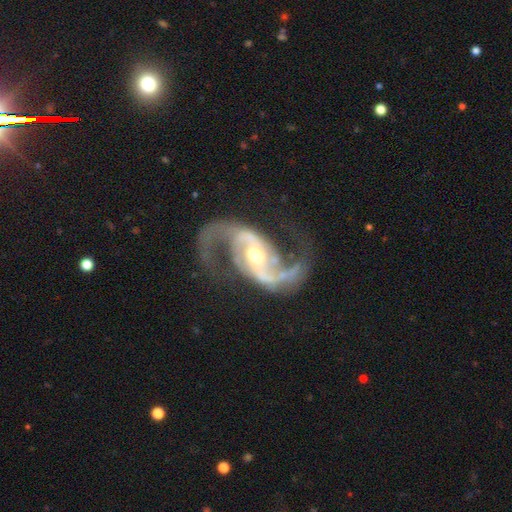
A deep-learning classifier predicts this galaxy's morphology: A featured or disk galaxy (93%) with a strong bar (43%), 2 (94%) medium (47%) spiral arms (98%) and a moderate central bulge (64%). Merging: none (75%).